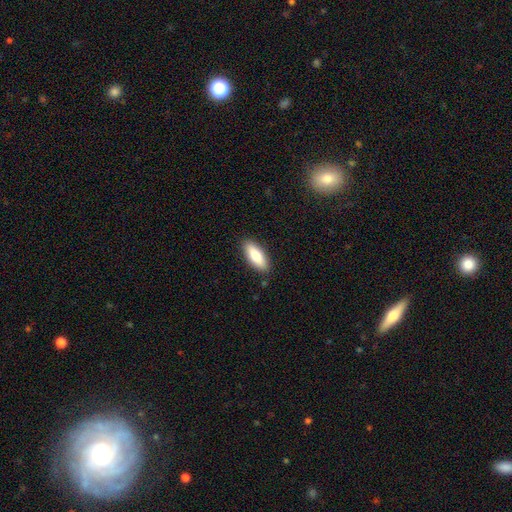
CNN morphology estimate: smooth_or_featured: smooth (p=0.80) [alt: featured or disk p=0.14]
how_rounded: in between (p=0.75) [alt: cigar-shaped p=0.23]
merging: none (p=0.88) [alt: minor disturbance p=0.09]